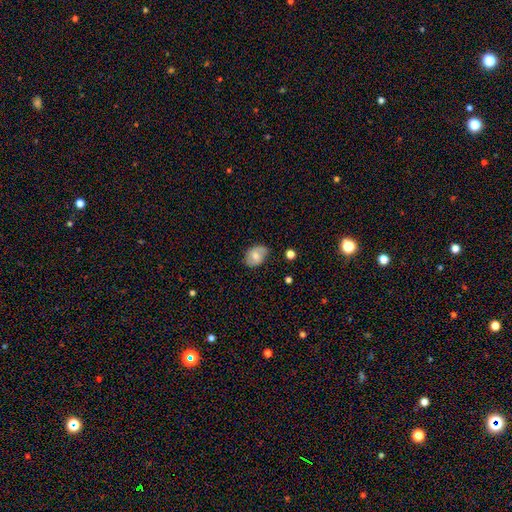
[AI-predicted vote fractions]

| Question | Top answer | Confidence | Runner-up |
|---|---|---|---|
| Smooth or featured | smooth | 58% | featured or disk (34%) |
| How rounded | in between | 72% | round (27%) |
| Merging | none | 69% | minor disturbance (24%) |